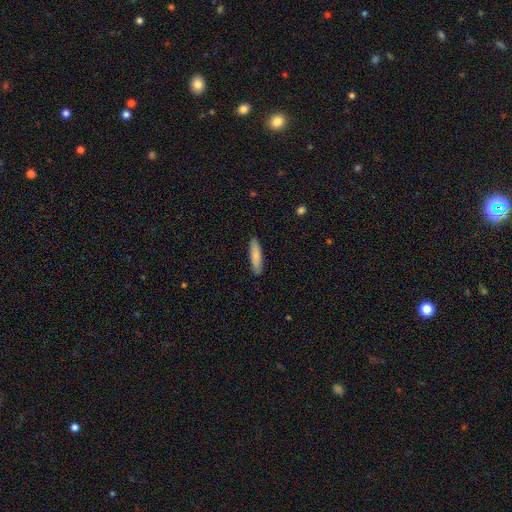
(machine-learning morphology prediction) Smooth or featured? Predicted: smooth (p=0.80). How rounded? Predicted: cigar-shaped (p=0.71). Merging? Predicted: none (p=0.87).